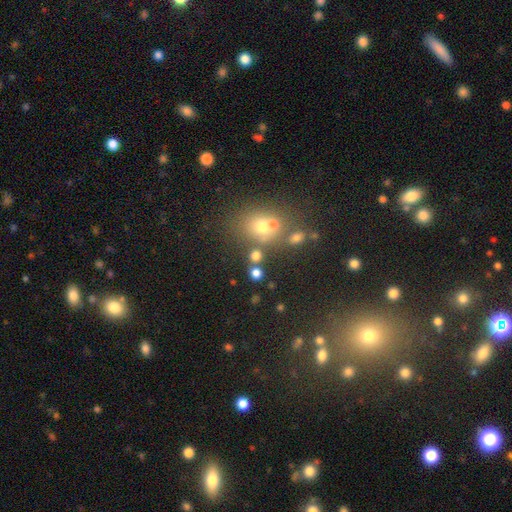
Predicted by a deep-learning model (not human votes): A smooth galaxy with no disk features (68%) that is round (74%).

Vote fractions:
- Smooth or featured? smooth: 68% / star or artifact: 19% / featured or disk: 13%
- How rounded? round: 74% / in between: 25% / cigar-shaped: 2%
- Merging? none: 58% / merger: 26% / minor disturbance: 10% / major disturbance: 6%